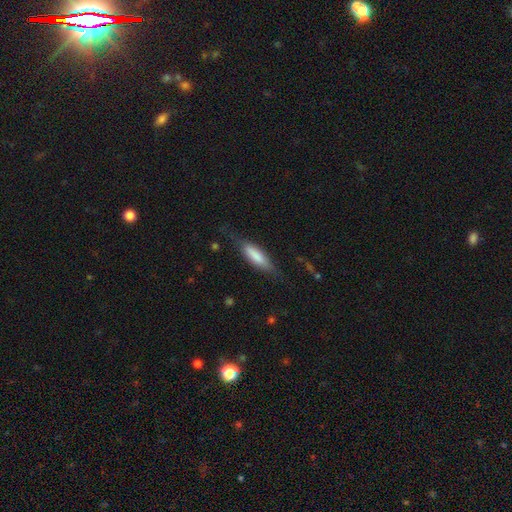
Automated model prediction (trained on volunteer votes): This is likely a smooth galaxy (71%). How rounded: possibly cigar-shaped (59%). Merging: likely none (68%).